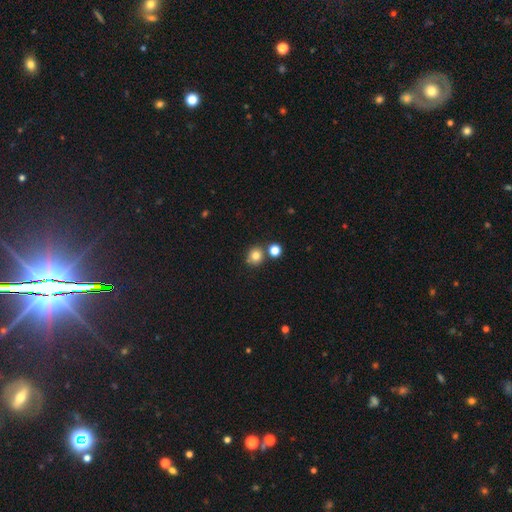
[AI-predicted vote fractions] Smooth or featured? smooth (80%)
How rounded? round (85%)
Merging? none (73%)